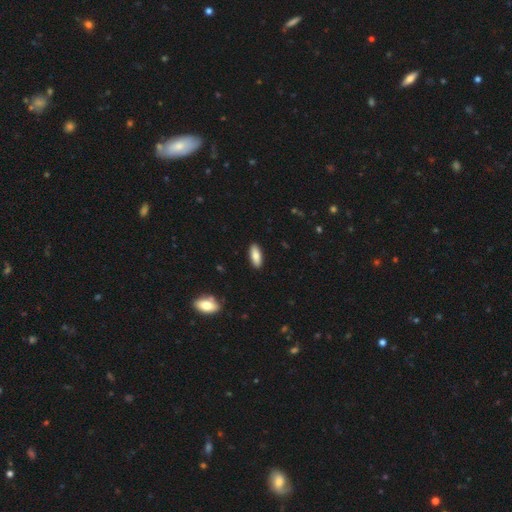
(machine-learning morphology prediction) Smooth or featured: smooth — 83% (featured or disk — 10%)
How rounded: in between — 75% (cigar-shaped — 23%)
Merging: none — 90% (minor disturbance — 7%)